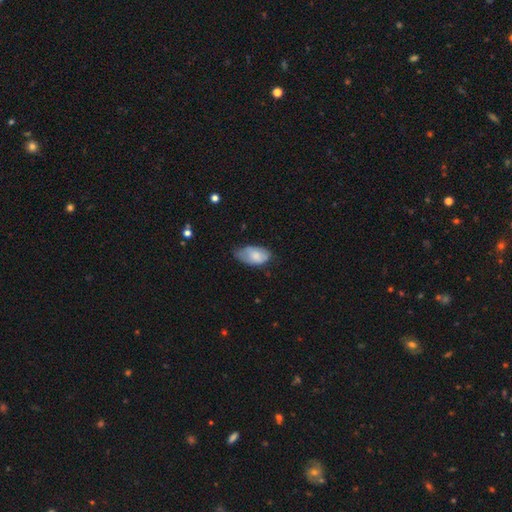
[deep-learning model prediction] Smooth or featured?
  - smooth: 76% *
  - featured or disk: 17%
  - star or artifact: 7%
How rounded?
  - in between: 94% *
  - round: 4%
  - cigar-shaped: 2%
Merging?
  - none: 48% *
  - minor disturbance: 40%
  - major disturbance: 11%
  - merger: 2%